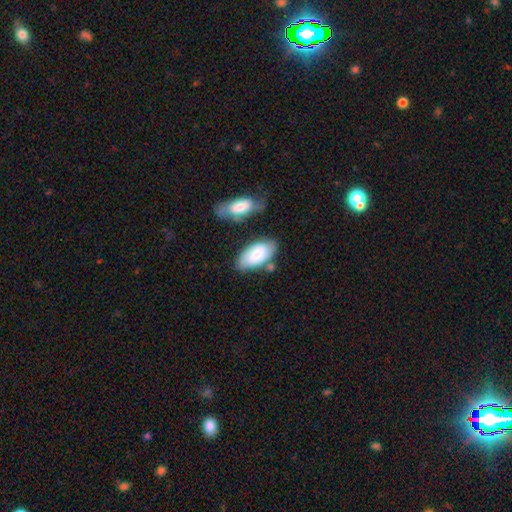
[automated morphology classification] This appears to be a smooth galaxy with no disk features (73%) that is in between round and cigar-shaped (93%). Merging: none (62%).